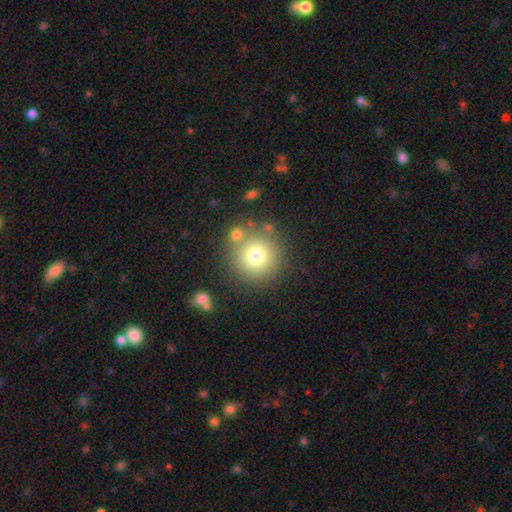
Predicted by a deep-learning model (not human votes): Smooth or featured: smooth — 75% (star or artifact — 13%)
How rounded: round — 94% (in between — 5%)
Merging: none — 75% (merger — 11%)